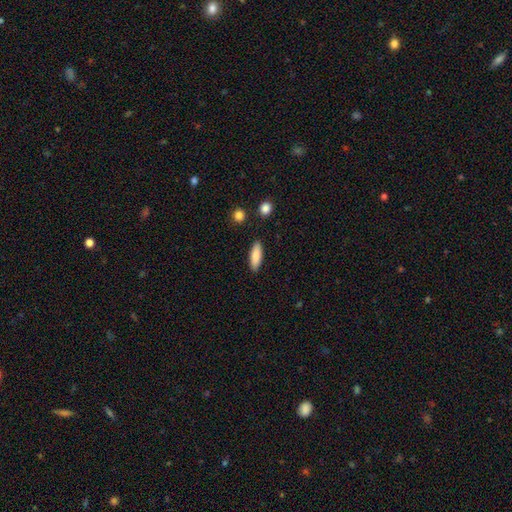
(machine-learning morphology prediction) This is clearly a smooth galaxy (86%). How rounded: possibly in between (57%). Merging: clearly none (88%).